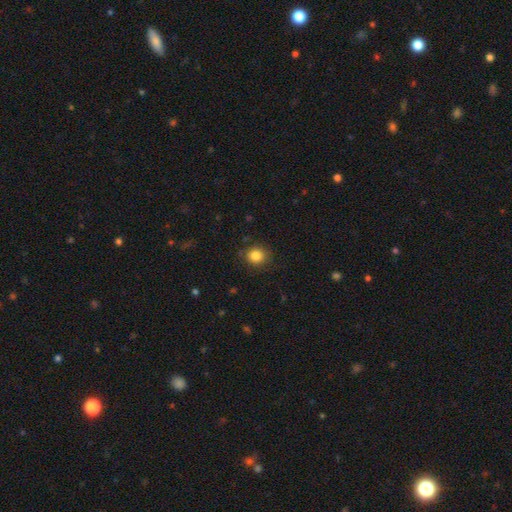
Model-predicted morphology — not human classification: type=smooth (85%); roundness=round (82%); merging=none (85%).